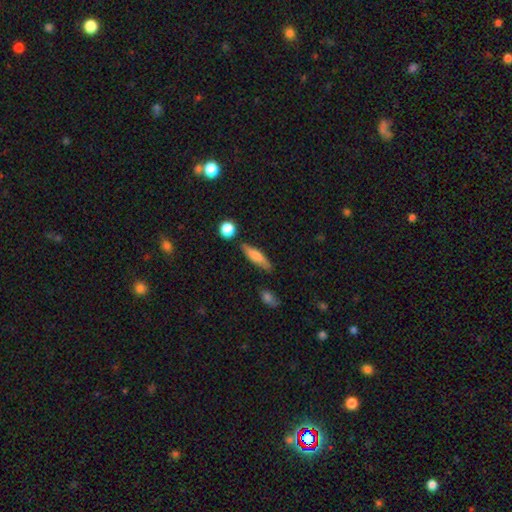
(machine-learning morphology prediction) Smooth or featured? smooth (72%)
How rounded? cigar-shaped (66%)
Merging? none (77%)